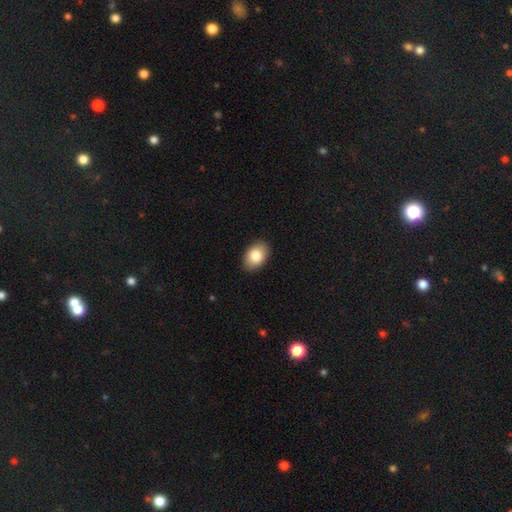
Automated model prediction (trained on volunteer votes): Smooth or featured?
  - smooth: 83% *
  - featured or disk: 10%
  - star or artifact: 7%
How rounded?
  - in between: 83% *
  - round: 16%
  - cigar-shaped: 1%
Merging?
  - none: 89% *
  - minor disturbance: 8%
  - major disturbance: 2%
  - merger: 1%